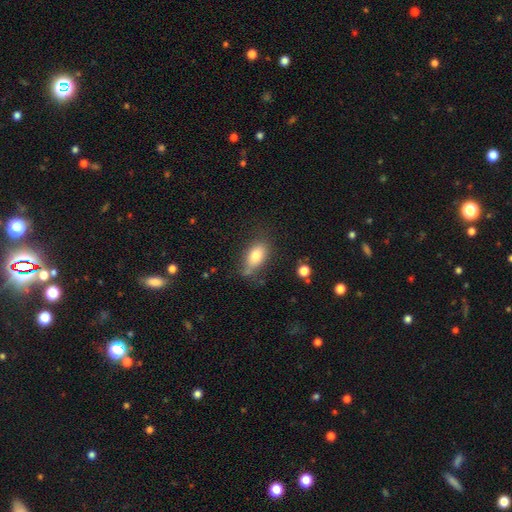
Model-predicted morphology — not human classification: Smooth or featured: smooth — 78% (featured or disk — 14%)
How rounded: in between — 88% (round — 7%)
Merging: none — 63% (minor disturbance — 24%)